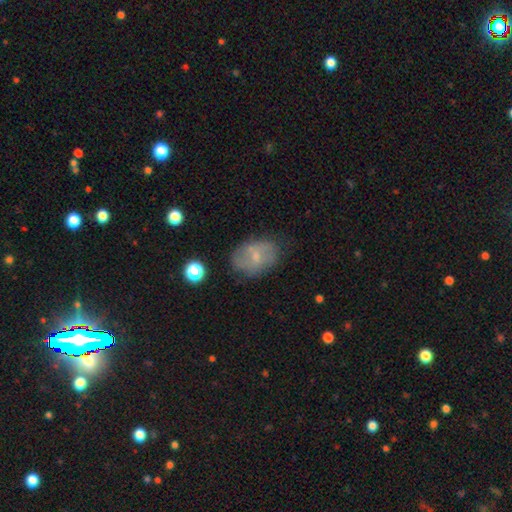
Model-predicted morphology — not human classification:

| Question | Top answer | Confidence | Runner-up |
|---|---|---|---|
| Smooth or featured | smooth | 49% | featured or disk (42%) |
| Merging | none | 72% | minor disturbance (20%) |